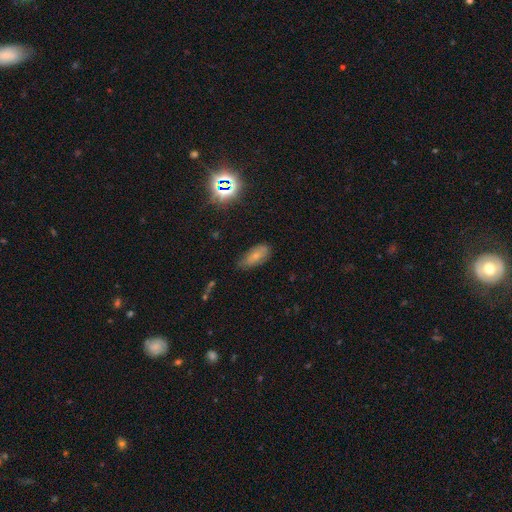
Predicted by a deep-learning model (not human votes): A smooth galaxy with no disk features (66%) that is in between round and cigar-shaped (88%).

Vote fractions:
- Smooth or featured? smooth: 66% / featured or disk: 21% / star or artifact: 13%
- How rounded? in between: 88% / cigar-shaped: 8% / round: 4%
- Merging? none: 60% / minor disturbance: 31% / major disturbance: 7% / merger: 2%